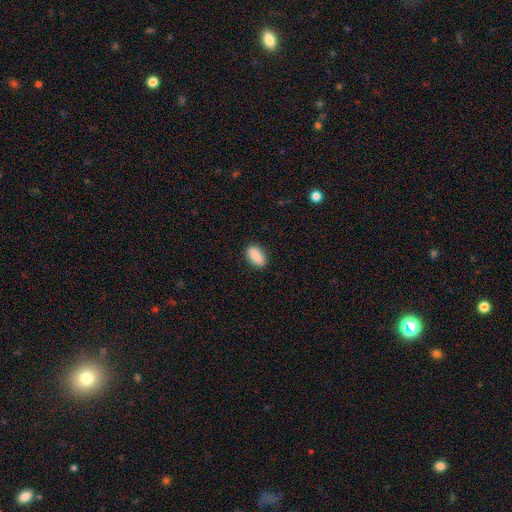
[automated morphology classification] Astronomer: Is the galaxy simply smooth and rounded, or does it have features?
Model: smooth — 89%.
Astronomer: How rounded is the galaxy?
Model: in between — 90%.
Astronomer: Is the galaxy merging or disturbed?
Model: none — 88%.